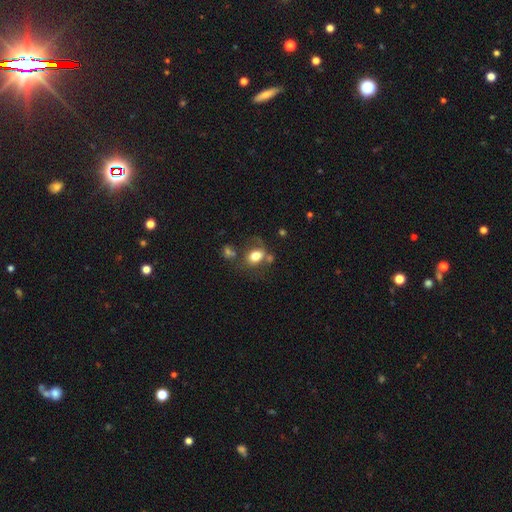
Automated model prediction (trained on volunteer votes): Smooth or featured? Predicted: smooth (p=0.74). How rounded? Predicted: in between (p=0.72). Merging? Predicted: none (p=0.46).